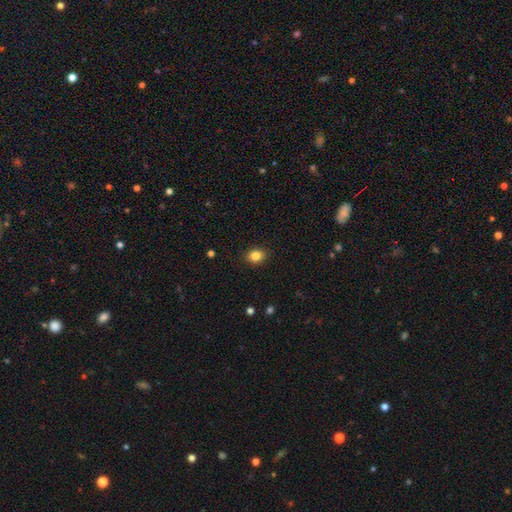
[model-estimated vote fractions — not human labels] Overall: smooth (84%). How rounded: in between (57%; round 42%). Merging: none (90%).